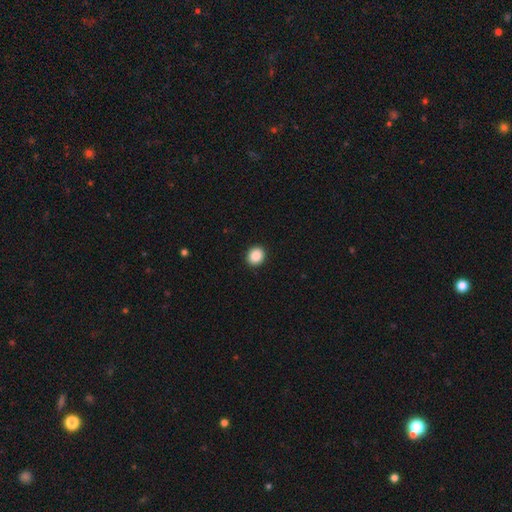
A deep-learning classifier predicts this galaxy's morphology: Q: Smooth or featured?
A: smooth (89%); runner-up: star or artifact (8%)
Q: How rounded?
A: round (80%); runner-up: in between (19%)
Q: Merging?
A: none (92%); runner-up: minor disturbance (5%)